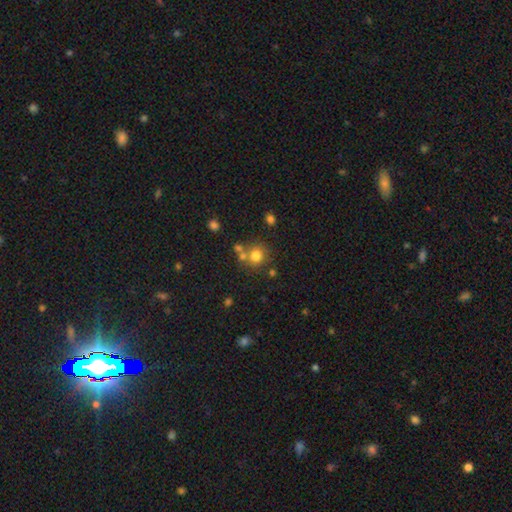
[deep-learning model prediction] The model was most divided on "merging": none: 64%, merger: 21%, minor disturbance: 10%, major disturbance: 5%. More confident: how rounded — round (87%); smooth or featured — smooth (75%).